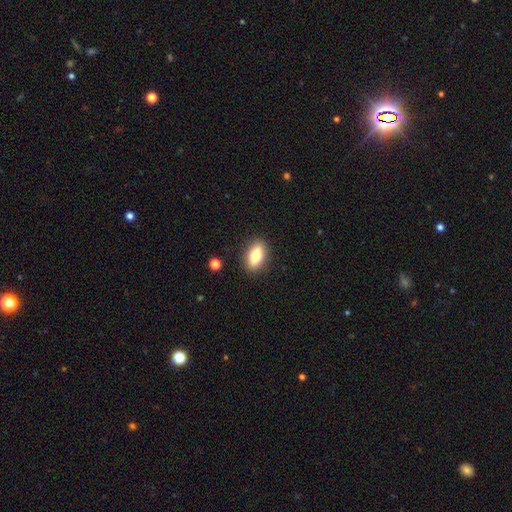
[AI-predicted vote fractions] Smooth or featured? Predicted: smooth (p=0.78). How rounded? Predicted: in between (p=0.76). Merging? Predicted: none (p=0.88).